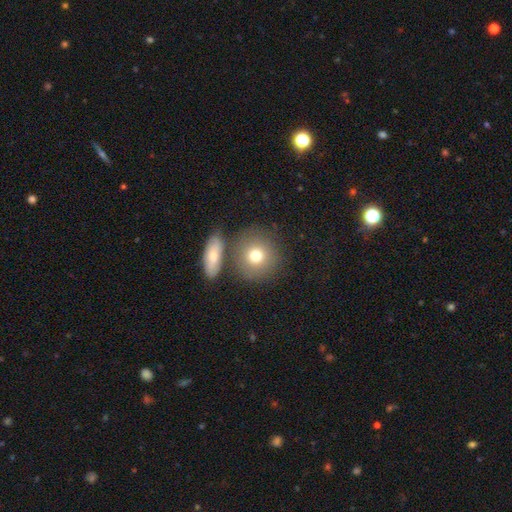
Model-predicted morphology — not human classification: A smooth galaxy with no disk features (75%) that is round (88%).

Vote fractions:
- Smooth or featured? smooth: 75% / featured or disk: 15% / star or artifact: 9%
- How rounded? round: 88% / in between: 11% / cigar-shaped: 1%
- Merging? none: 72% / merger: 14% / minor disturbance: 10% / major disturbance: 4%